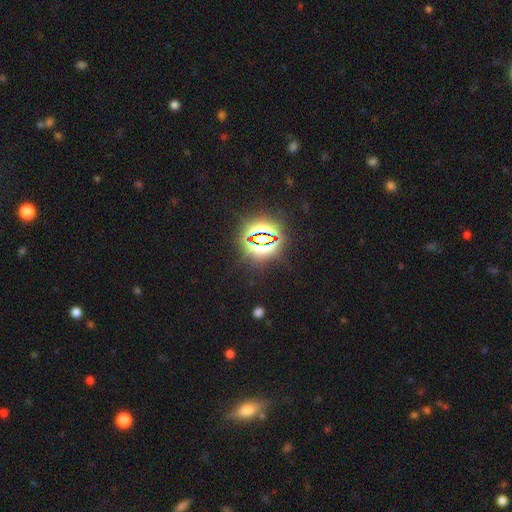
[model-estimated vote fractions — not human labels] Smooth or featured? Predicted: star or artifact (p=0.80).